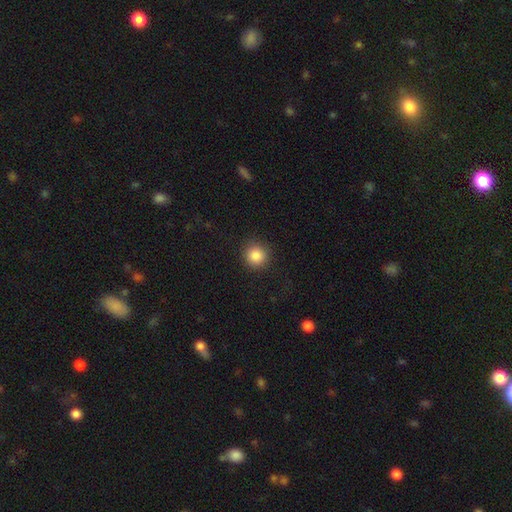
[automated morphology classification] Smooth or featured?
  - smooth: 87% *
  - star or artifact: 10%
  - featured or disk: 4%
How rounded?
  - round: 93% *
  - in between: 6%
  - cigar-shaped: 1%
Merging?
  - none: 90% *
  - minor disturbance: 7%
  - major disturbance: 2%
  - merger: 1%